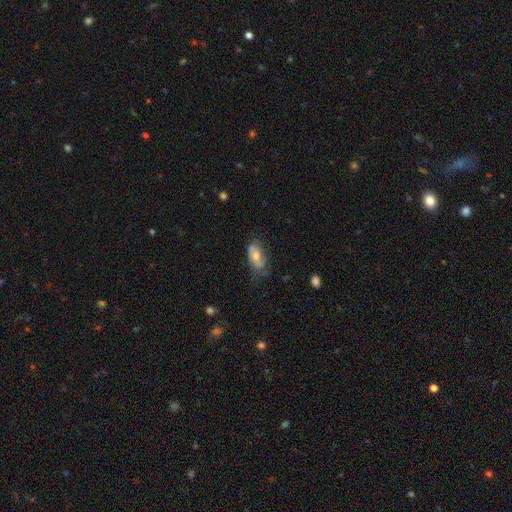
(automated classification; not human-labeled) This appears to be a smooth galaxy with no disk features (50%) that is in between round and cigar-shaped (89%). Merging: none (49%).